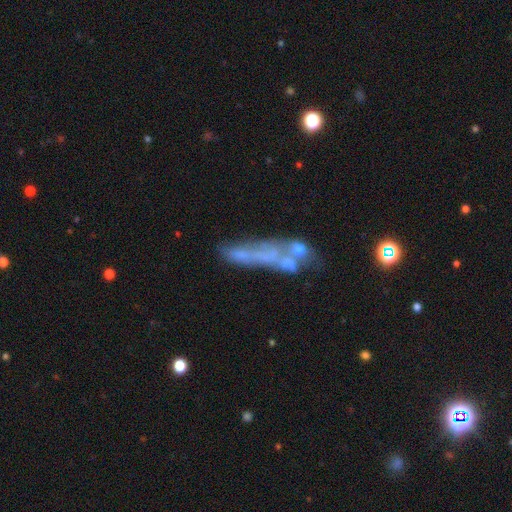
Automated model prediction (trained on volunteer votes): This appears to be a featured or disk galaxy (50%). Merging: merger (36%).